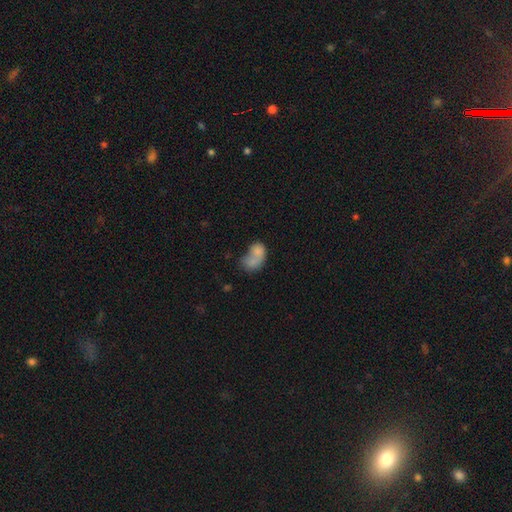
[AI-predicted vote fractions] smooth-or-featured: smooth: 70% | featured or disk: 20% | star or artifact: 9%
  how-rounded: in between: 77% | round: 21% | cigar-shaped: 2%
  merging: merger: 54% | none: 20% | major disturbance: 16% | minor disturbance: 10%